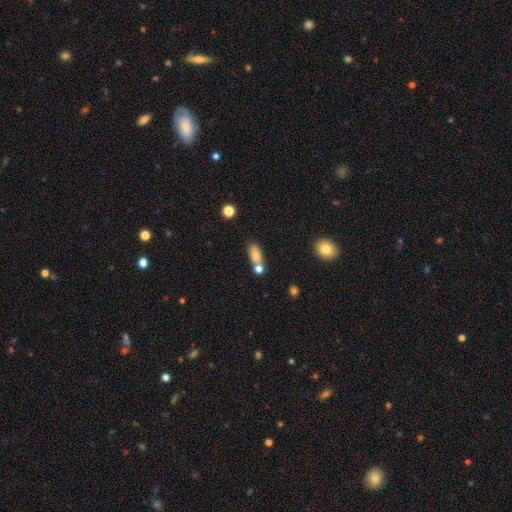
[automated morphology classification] Overall: smooth (75%). How rounded: in between (73%). Merging: none (55%; merger 28%).